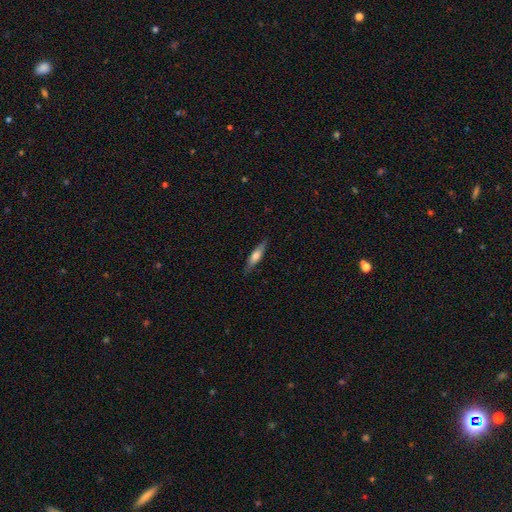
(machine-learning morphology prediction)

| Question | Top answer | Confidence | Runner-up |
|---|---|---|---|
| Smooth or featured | smooth | 53% | featured or disk (41%) |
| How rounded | cigar-shaped | 75% | in between (23%) |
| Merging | none | 86% | minor disturbance (11%) |